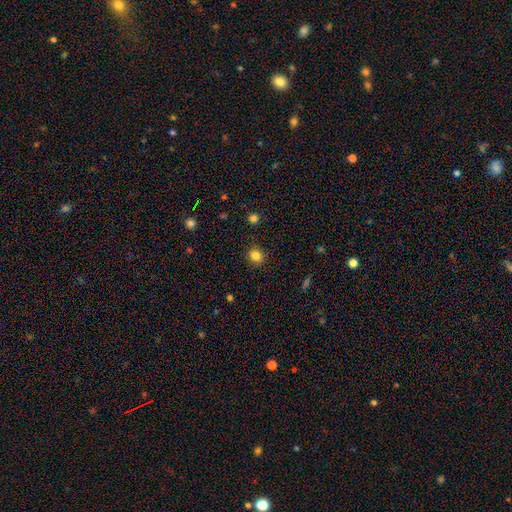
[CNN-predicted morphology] type=smooth (84%); roundness=round (73%); merging=none (87%).